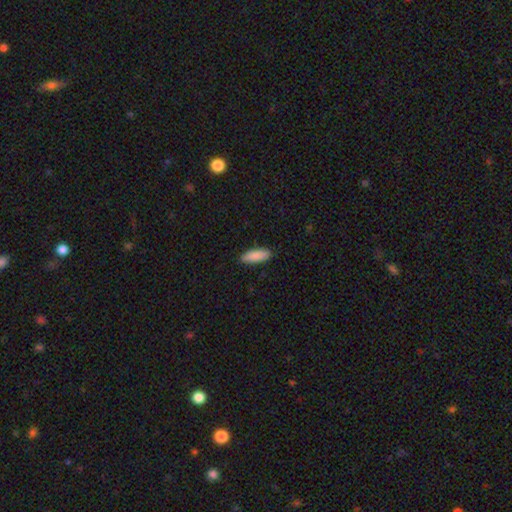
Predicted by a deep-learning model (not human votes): Smooth or featured?
  - smooth: 90% *
  - star or artifact: 6%
  - featured or disk: 5%
How rounded?
  - in between: 62% *
  - cigar-shaped: 37%
  - round: 2%
Merging?
  - none: 89% *
  - minor disturbance: 9%
  - major disturbance: 2%
  - merger: 1%